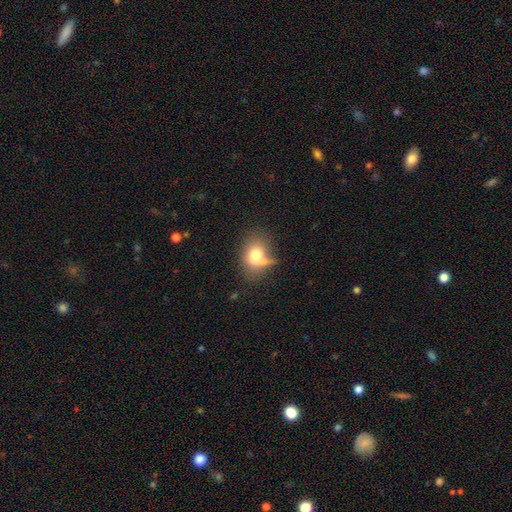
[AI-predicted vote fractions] Q: Smooth or featured?
A: smooth (74%); runner-up: featured or disk (16%)
Q: How rounded?
A: in between (57%); runner-up: round (42%)
Q: Merging?
A: none (43%); runner-up: minor disturbance (23%)